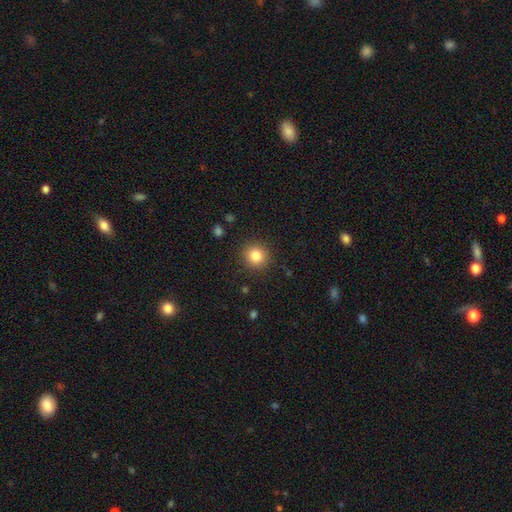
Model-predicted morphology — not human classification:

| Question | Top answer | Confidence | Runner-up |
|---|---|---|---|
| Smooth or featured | smooth | 83% | star or artifact (11%) |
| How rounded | round | 92% | in between (7%) |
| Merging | none | 90% | minor disturbance (7%) |